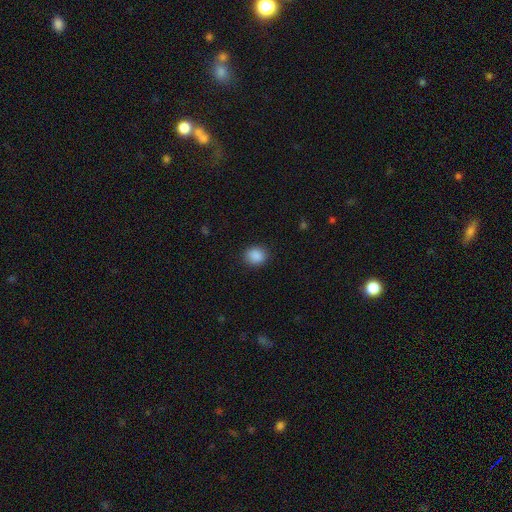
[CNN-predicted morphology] This is clearly a smooth galaxy (89%). How rounded: likely round (71%). Merging: clearly none (89%).